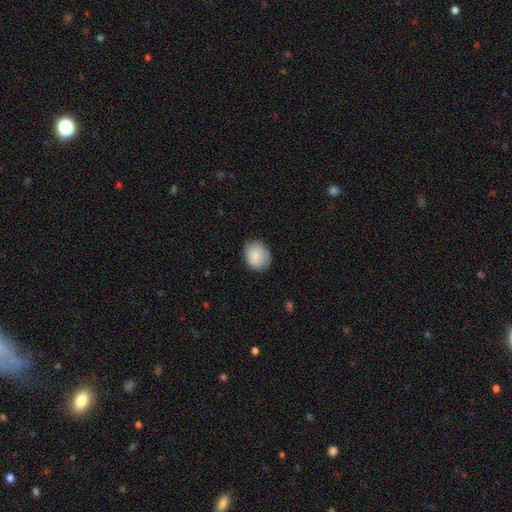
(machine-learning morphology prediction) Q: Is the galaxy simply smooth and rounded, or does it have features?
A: smooth — 82%.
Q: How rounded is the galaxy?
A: round — 56%.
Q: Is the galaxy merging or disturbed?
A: none — 74%.